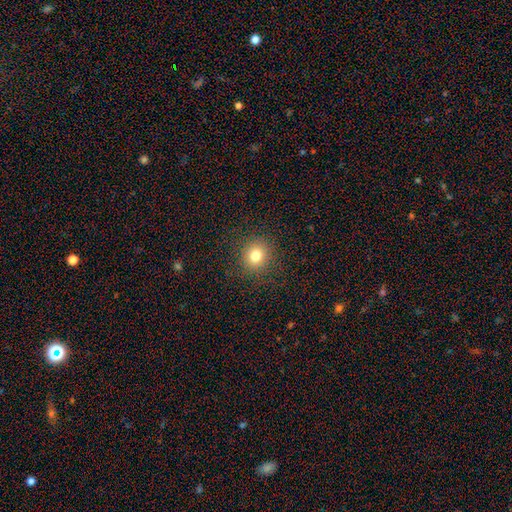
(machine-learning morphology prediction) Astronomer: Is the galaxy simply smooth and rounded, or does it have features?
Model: smooth — 79%.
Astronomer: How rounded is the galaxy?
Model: round — 86%.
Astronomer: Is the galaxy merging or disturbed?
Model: none — 90%.